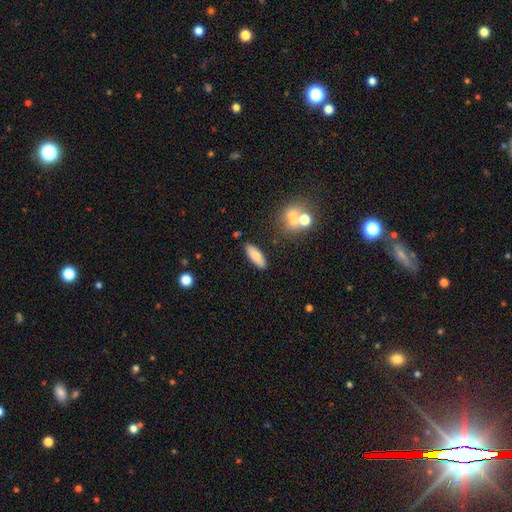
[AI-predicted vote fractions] smooth-or-featured: smooth: 81% | featured or disk: 12% | star or artifact: 8%
  how-rounded: in between: 67% | cigar-shaped: 31% | round: 2%
  merging: none: 85% | minor disturbance: 10% | merger: 3% | major disturbance: 2%